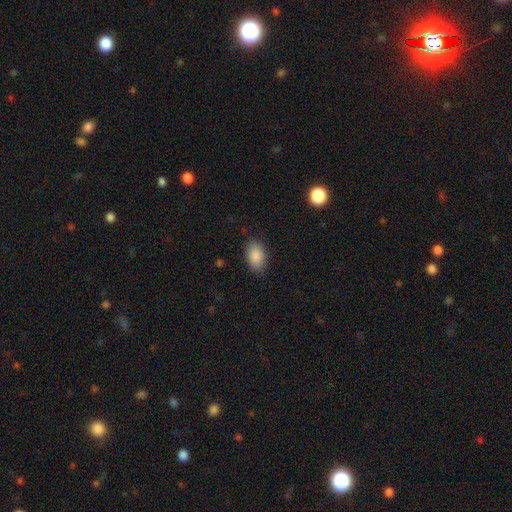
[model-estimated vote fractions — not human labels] Smooth or featured: smooth — 89% (star or artifact — 7%)
How rounded: in between — 92% (round — 6%)
Merging: none — 85% (minor disturbance — 11%)